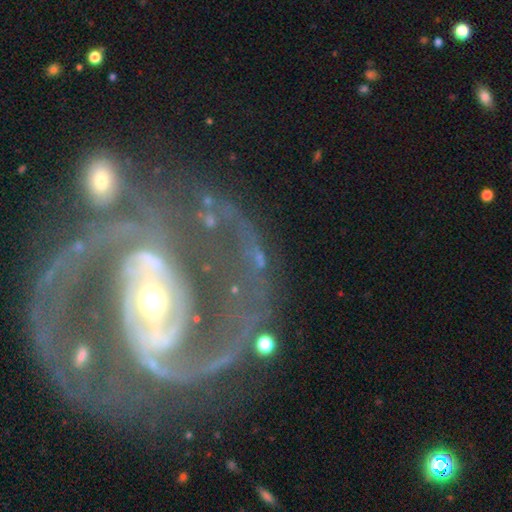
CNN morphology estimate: Smooth or featured? featured or disk (85%)
Edge-on disk? no (96%)
Bar? strong (37%)
Spiral arms? yes (90%)
Spiral winding? medium (44%)
Spiral arm count? 2 (64%)
Bulge size? moderate (57%)
Merging? none (44%)